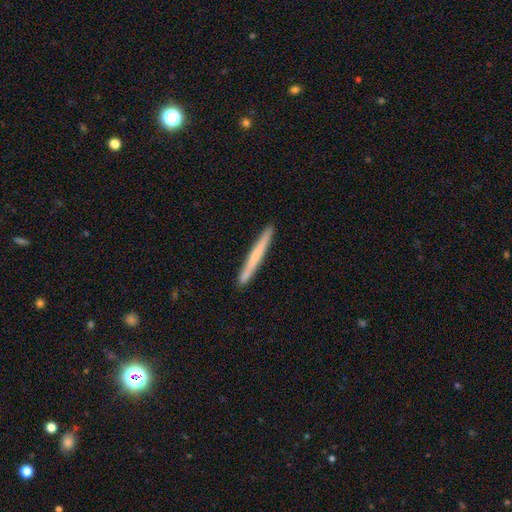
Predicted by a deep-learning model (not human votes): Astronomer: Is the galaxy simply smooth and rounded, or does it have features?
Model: smooth — 58% (runner-up: featured or disk, 36%).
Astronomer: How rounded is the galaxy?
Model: cigar-shaped — 97%.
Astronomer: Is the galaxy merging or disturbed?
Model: none — 90%.